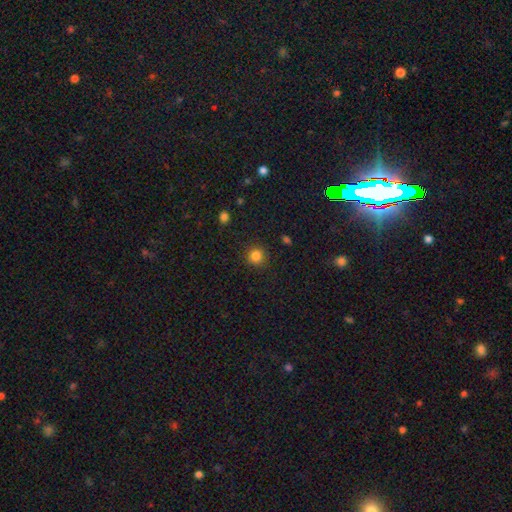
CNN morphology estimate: This is clearly a smooth galaxy (84%). How rounded: clearly round (93%). Merging: clearly none (90%).